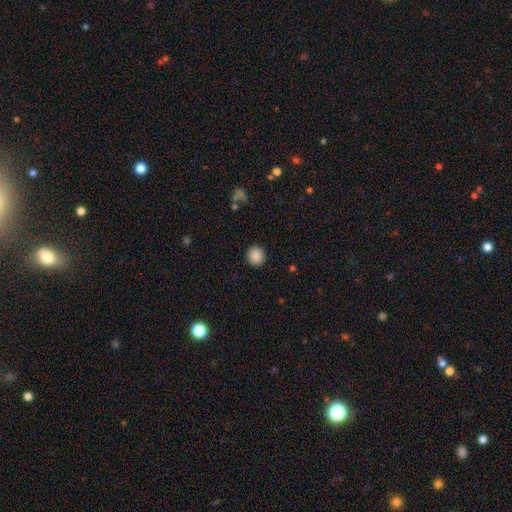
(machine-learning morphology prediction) A smooth galaxy with no disk features (88%) that is round (86%).

Vote fractions:
- Smooth or featured? smooth: 88% / star or artifact: 9% / featured or disk: 3%
- How rounded? round: 86% / in between: 13% / cigar-shaped: 1%
- Merging? none: 91% / minor disturbance: 6% / major disturbance: 2% / merger: 1%